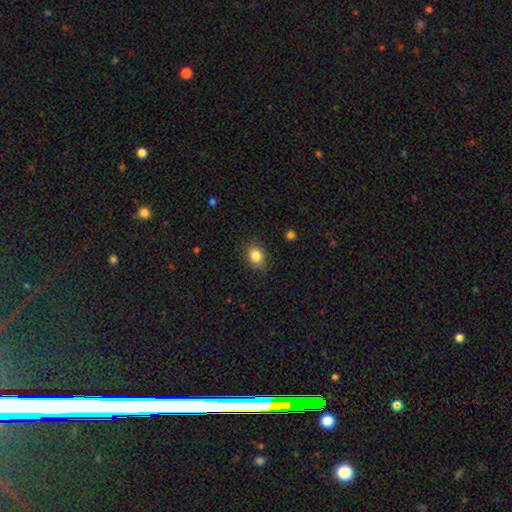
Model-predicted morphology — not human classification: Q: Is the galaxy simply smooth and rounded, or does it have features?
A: smooth — 85%.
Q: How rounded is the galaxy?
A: in between — 61%.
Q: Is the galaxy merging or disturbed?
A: none — 84%.